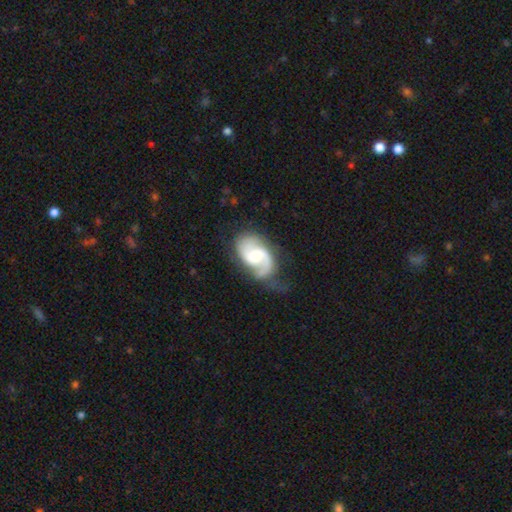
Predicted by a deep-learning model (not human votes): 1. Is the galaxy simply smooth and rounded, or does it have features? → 84% featured or disk, 11% smooth, 5% star or artifact.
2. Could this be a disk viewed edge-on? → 98% no, 2% yes.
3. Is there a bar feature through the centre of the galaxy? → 48% weak, 41% no, 11% strong.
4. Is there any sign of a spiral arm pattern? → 97% yes, 3% no.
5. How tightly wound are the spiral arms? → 49% medium, 32% loose, 18% tight.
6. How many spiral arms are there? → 85% 2, 6% 1, 5% can't tell, 2% 3, 1% 4, 1% more than 4.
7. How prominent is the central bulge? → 49% moderate, 29% small, 14% large, 6% none, 2% dominant.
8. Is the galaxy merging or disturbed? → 51% none, 26% minor disturbance, 20% major disturbance, 2% merger.